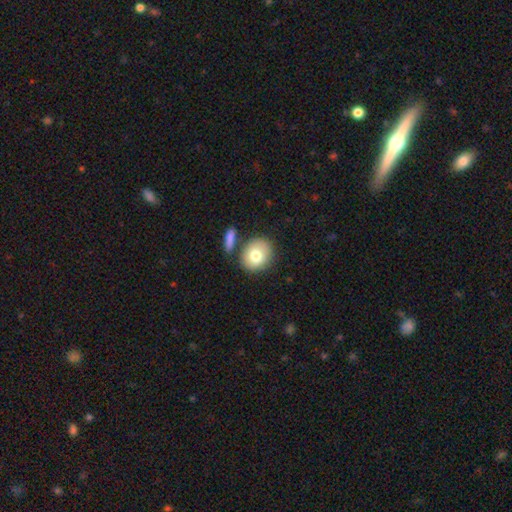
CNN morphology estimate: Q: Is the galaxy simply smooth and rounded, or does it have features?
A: smooth — 78%.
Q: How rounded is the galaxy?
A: round — 71%.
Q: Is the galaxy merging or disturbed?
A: none — 68%.